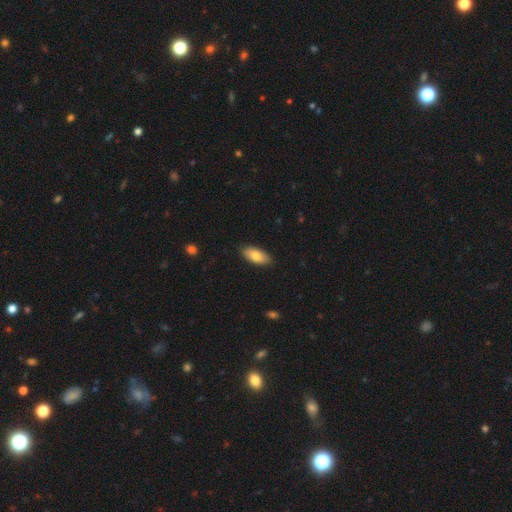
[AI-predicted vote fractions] Morphology: type=smooth (80%); roundness=in between (89%); merging=none (86%).